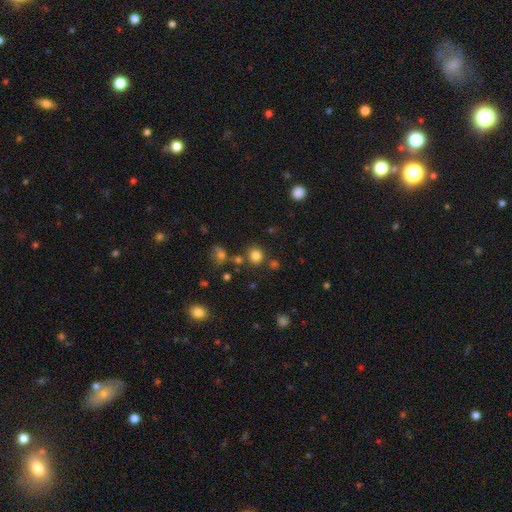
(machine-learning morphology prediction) This appears to be a smooth galaxy with no disk features (80%) that is round (82%). Merging: none (79%).